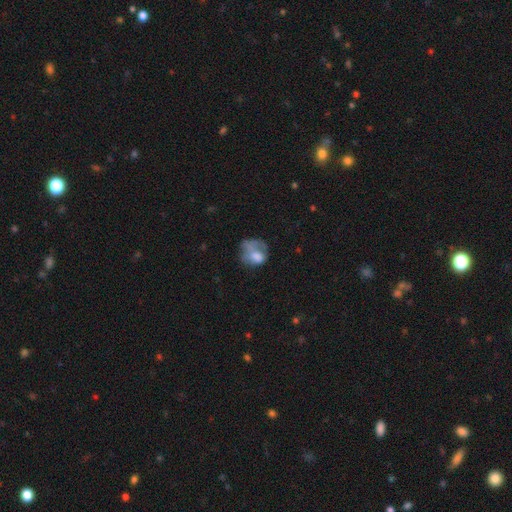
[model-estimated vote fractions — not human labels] Smooth or featured? Predicted: smooth (p=0.57). How rounded? Predicted: round (p=0.53). Merging? Predicted: major disturbance (p=0.38).